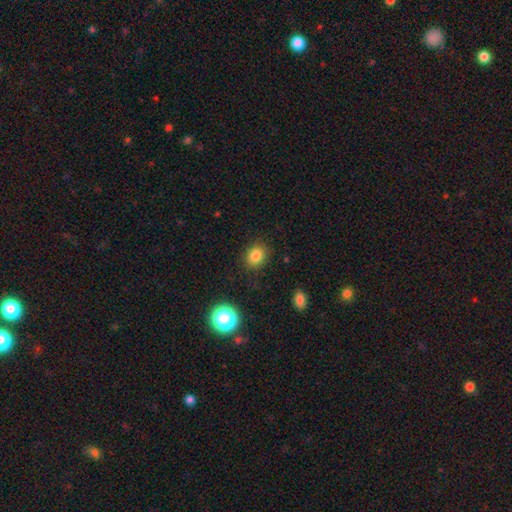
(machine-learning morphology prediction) A smooth galaxy with no disk features (83%) that is round (56%). Merging: none (87%).